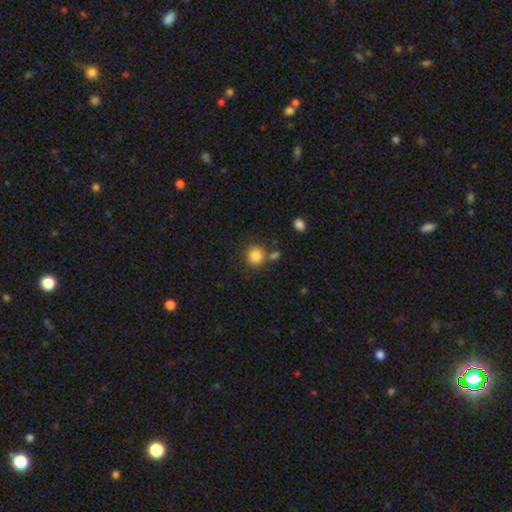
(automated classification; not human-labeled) Smooth or featured: smooth — 84% (star or artifact — 10%)
How rounded: round — 86% (in between — 13%)
Merging: none — 74% (merger — 12%)